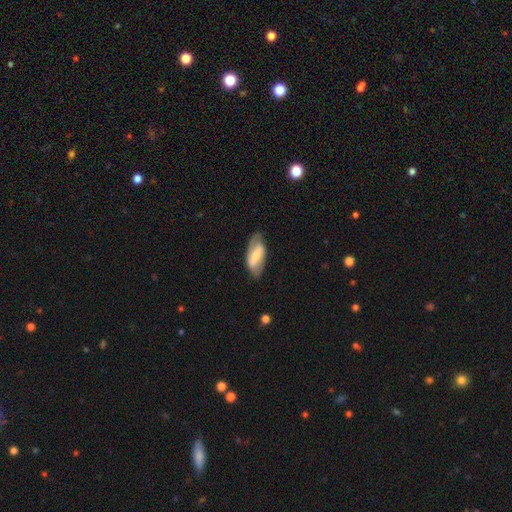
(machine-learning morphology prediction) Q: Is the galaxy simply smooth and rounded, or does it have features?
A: featured or disk — 60%.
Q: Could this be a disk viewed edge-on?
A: no — 89%.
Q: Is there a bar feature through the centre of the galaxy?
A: strong — 60%.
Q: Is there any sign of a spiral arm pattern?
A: yes — 70%.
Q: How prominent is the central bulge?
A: small — 44%.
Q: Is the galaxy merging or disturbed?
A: none — 75%.